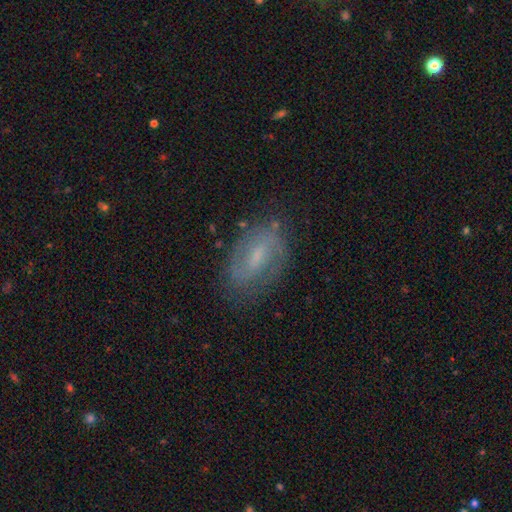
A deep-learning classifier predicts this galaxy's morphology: This appears to be a featured or disk galaxy (62%) with a weak bar (54%), spiral arms (84%) and a small central bulge (48%). Merging: none (78%).